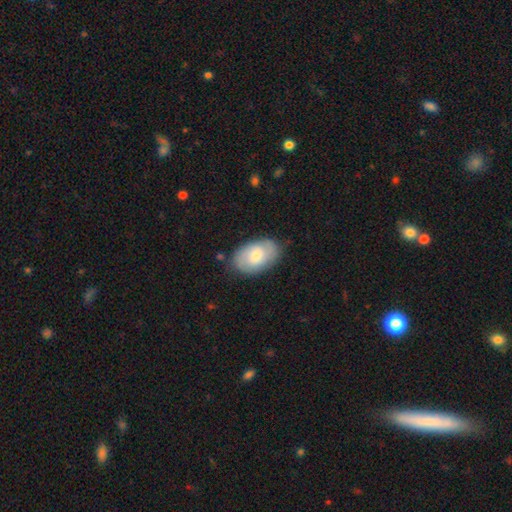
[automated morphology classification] A smooth galaxy with no disk features (64%) that is in between round and cigar-shaped (92%).

Vote fractions:
- Smooth or featured? smooth: 64% / featured or disk: 30% / star or artifact: 6%
- How rounded? in between: 92% / round: 7% / cigar-shaped: 1%
- Merging? none: 79% / minor disturbance: 15% / major disturbance: 4% / merger: 2%